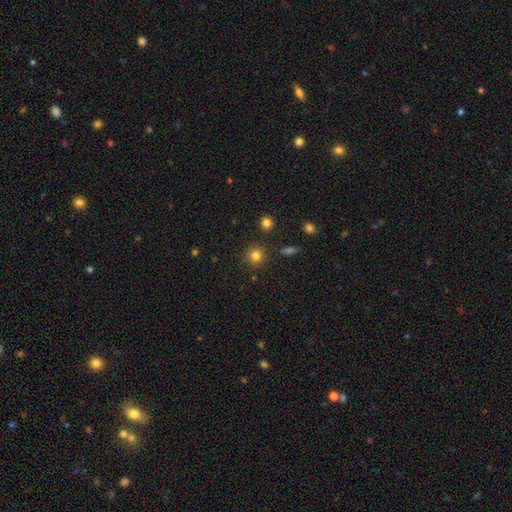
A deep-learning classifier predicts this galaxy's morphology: Q: Smooth or featured?
A: smooth (81%); runner-up: star or artifact (13%)
Q: How rounded?
A: round (92%); runner-up: in between (7%)
Q: Merging?
A: none (86%); runner-up: minor disturbance (8%)